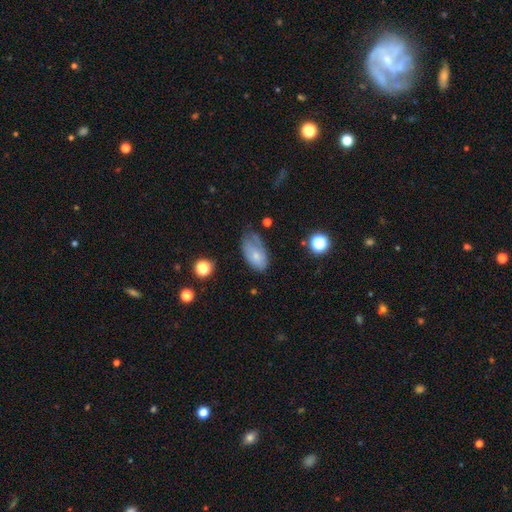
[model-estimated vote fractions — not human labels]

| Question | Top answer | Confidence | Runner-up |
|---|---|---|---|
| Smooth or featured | smooth | 63% | featured or disk (29%) |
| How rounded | in between | 92% | round (6%) |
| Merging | none | 43% | minor disturbance (36%) |